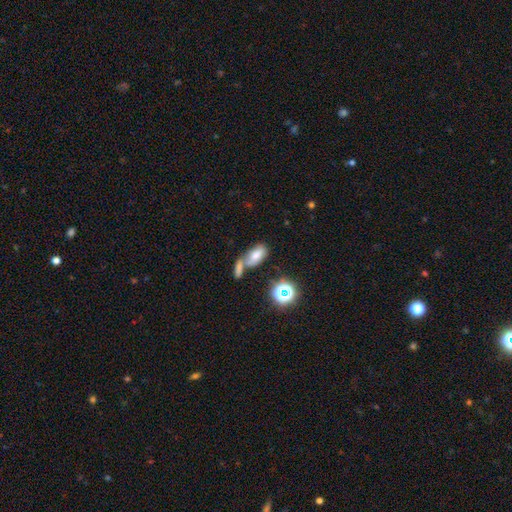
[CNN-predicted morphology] A smooth galaxy with no disk features (68%) that is in between round and cigar-shaped (88%).

Vote fractions:
- Smooth or featured? smooth: 68% / featured or disk: 16% / star or artifact: 15%
- How rounded? in between: 88% / round: 6% / cigar-shaped: 6%
- Merging? merger: 50% / none: 32% / minor disturbance: 11% / major disturbance: 7%